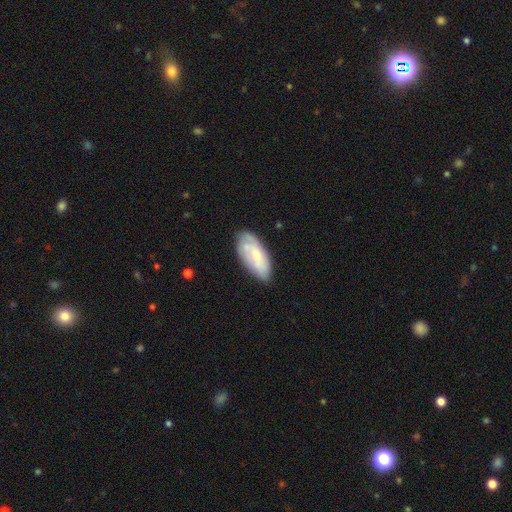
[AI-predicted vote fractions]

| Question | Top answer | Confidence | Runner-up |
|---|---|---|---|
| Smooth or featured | smooth | 52% | featured or disk (42%) |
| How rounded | in between | 88% | cigar-shaped (10%) |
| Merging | none | 72% | minor disturbance (22%) |